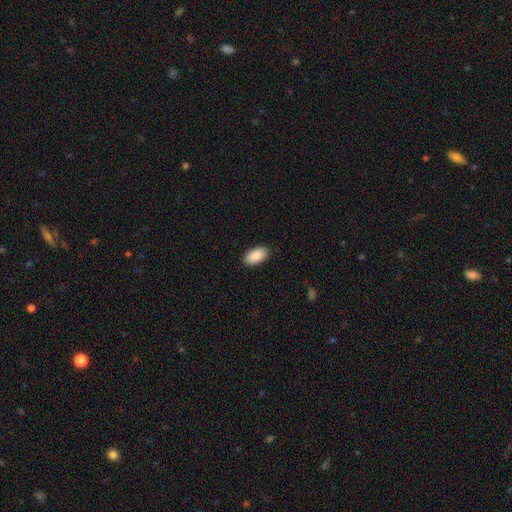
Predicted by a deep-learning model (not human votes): smooth-or-featured: smooth: 91% | star or artifact: 6% | featured or disk: 3%
  how-rounded: in between: 95% | cigar-shaped: 3% | round: 2%
  merging: none: 89% | minor disturbance: 8% | major disturbance: 2% | merger: 1%